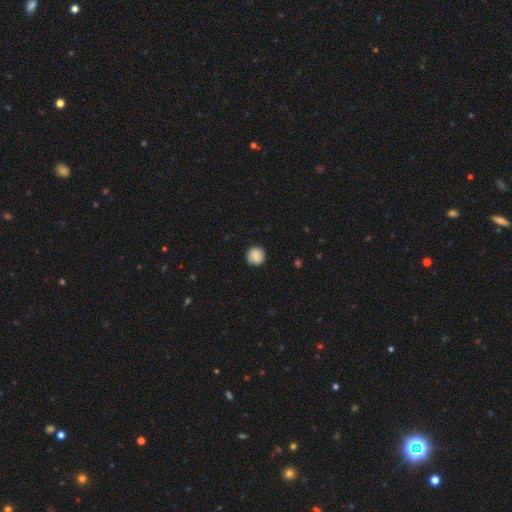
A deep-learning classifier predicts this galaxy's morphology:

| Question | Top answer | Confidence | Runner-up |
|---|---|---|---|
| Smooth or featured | smooth | 84% | featured or disk (8%) |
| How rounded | round | 92% | in between (7%) |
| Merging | none | 87% | minor disturbance (10%) |